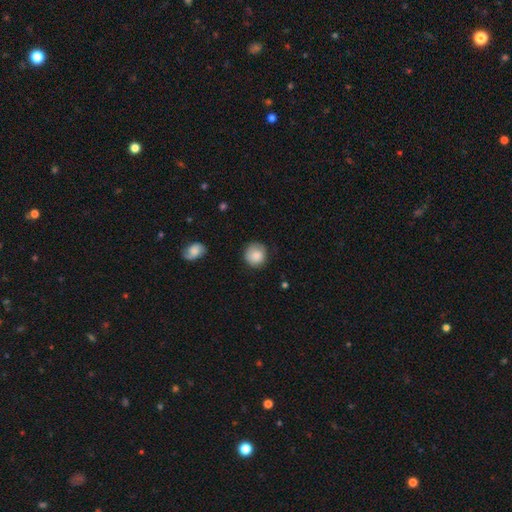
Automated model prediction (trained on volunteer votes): Smooth or featured? Predicted: smooth (p=0.84). How rounded? Predicted: round (p=0.90). Merging? Predicted: none (p=0.78).